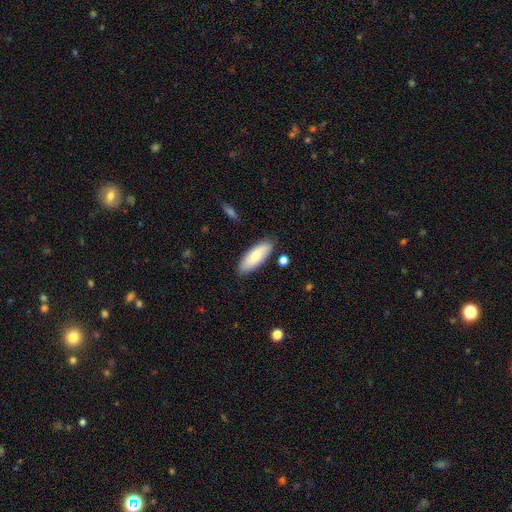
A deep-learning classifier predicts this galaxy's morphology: smooth_or_featured: smooth (p=0.75) [alt: featured or disk p=0.19]
how_rounded: in between (p=0.72) [alt: cigar-shaped p=0.26]
merging: none (p=0.85) [alt: minor disturbance p=0.11]